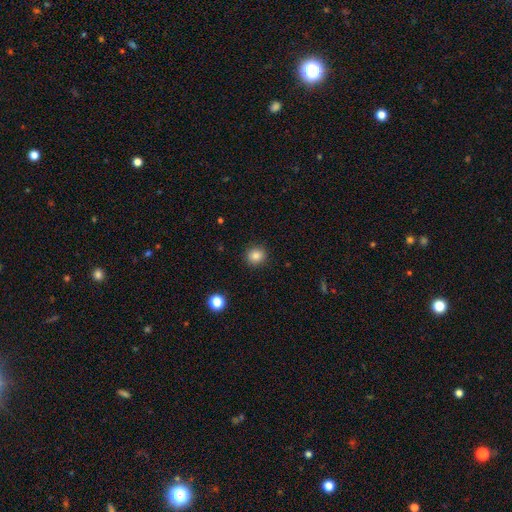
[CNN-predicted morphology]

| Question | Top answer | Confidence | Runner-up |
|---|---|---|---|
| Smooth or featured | smooth | 84% | star or artifact (11%) |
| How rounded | round | 89% | in between (10%) |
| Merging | none | 91% | minor disturbance (6%) |